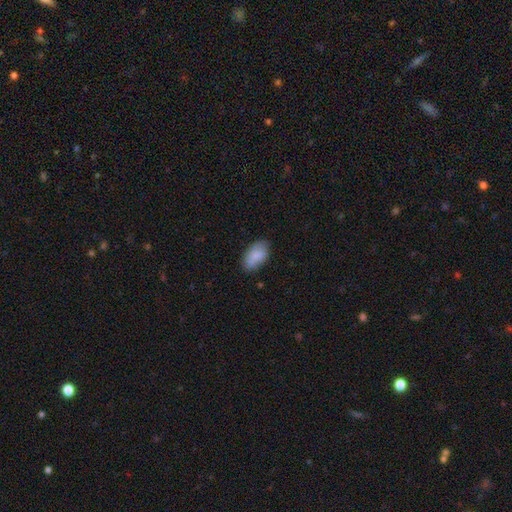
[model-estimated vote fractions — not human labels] smooth-or-featured: smooth: 79% | featured or disk: 14% | star or artifact: 7%
  how-rounded: in between: 93% | round: 5% | cigar-shaped: 2%
  merging: none: 73% | minor disturbance: 21% | major disturbance: 4% | merger: 2%